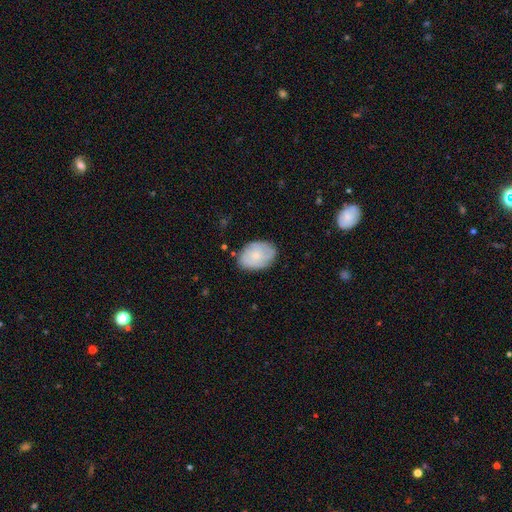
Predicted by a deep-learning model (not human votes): smooth 64%, featured or disk 30%, star or artifact 6%. Down the decision tree: how rounded — in between (81%); merging — none (77%).